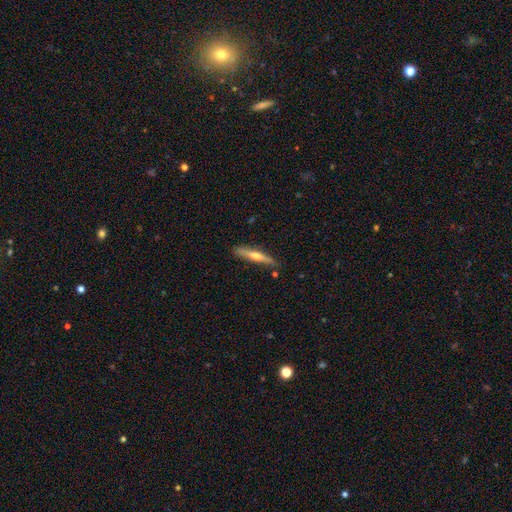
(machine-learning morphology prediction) smooth-or-featured: featured or disk: 52% | smooth: 42% | star or artifact: 6%
  disk-edge-on: yes: 95% | no: 5%
  merging: none: 83% | minor disturbance: 12% | merger: 2% | major disturbance: 2%